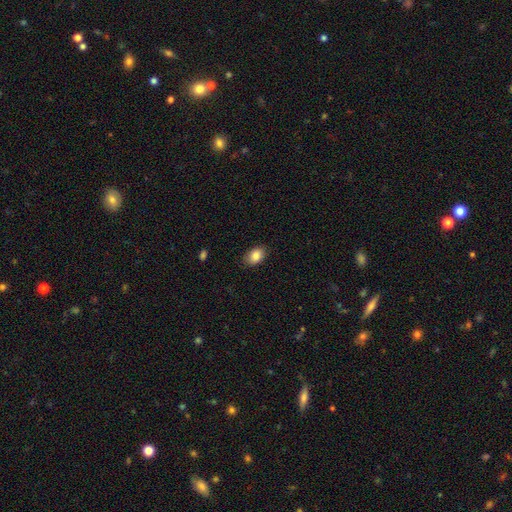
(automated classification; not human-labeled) This appears to be a smooth galaxy with no disk features (87%) that is in between round and cigar-shaped (85%). Merging: none (84%).